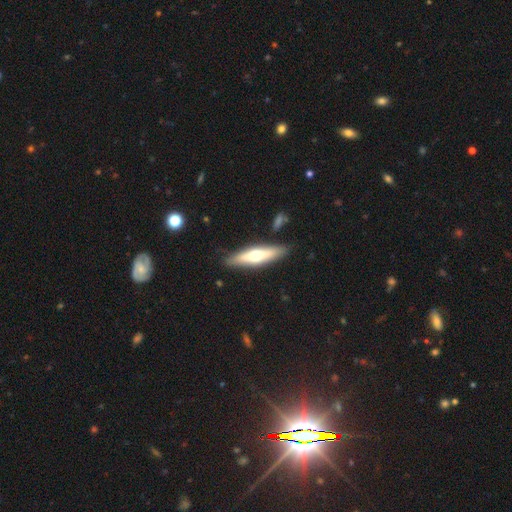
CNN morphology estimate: The model was most divided on "smooth or featured": featured or disk: 50%, smooth: 45%, star or artifact: 5%. More confident: merging — none (86%).